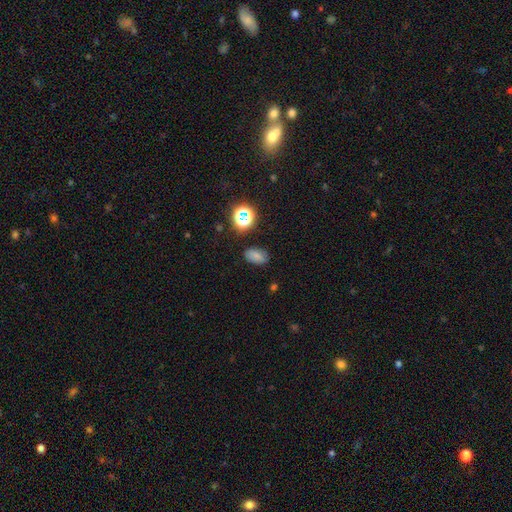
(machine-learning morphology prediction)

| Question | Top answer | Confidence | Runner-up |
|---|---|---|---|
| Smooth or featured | smooth | 74% | star or artifact (17%) |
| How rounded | in between | 87% | round (12%) |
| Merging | none | 82% | minor disturbance (13%) |